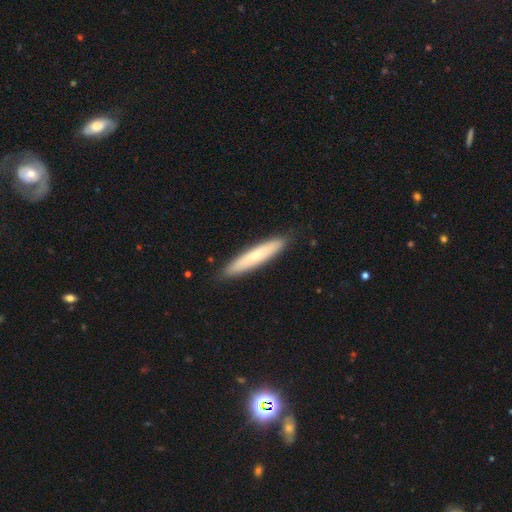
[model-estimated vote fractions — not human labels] A smooth galaxy with no disk features (67%) that is cigar-shaped (90%). Merging: none (89%).